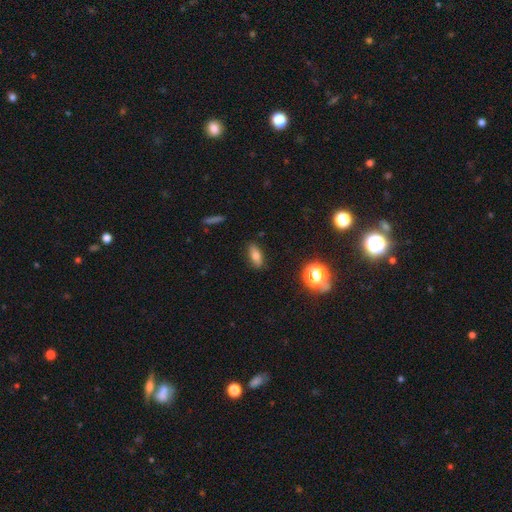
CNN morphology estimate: Smooth or featured? smooth (73%)
How rounded? in between (74%)
Merging? none (86%)